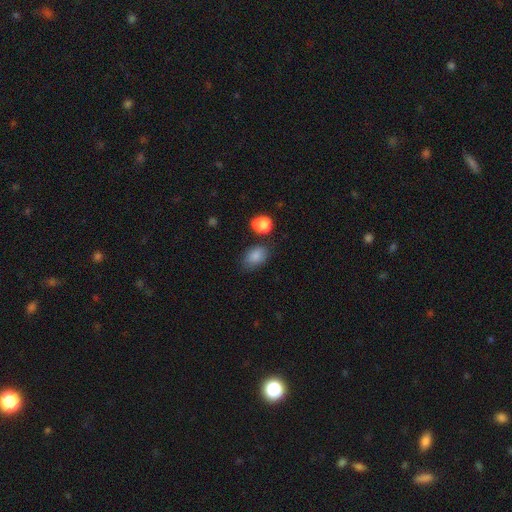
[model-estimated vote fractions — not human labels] Smooth or featured: smooth — 83% (star or artifact — 10%)
How rounded: in between — 80% (round — 19%)
Merging: none — 66% (minor disturbance — 22%)